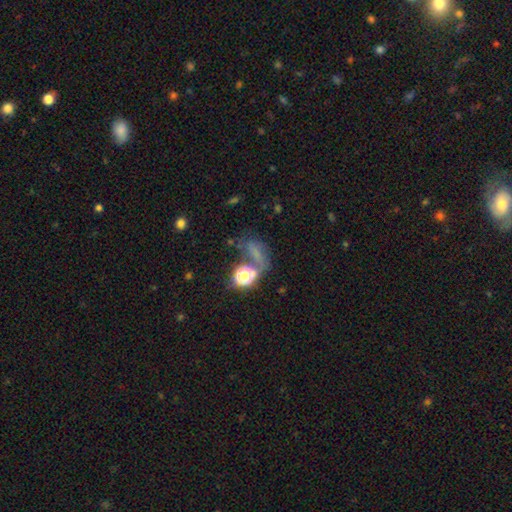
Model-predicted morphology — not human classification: Smooth or featured?
  - star or artifact: 45% *
  - smooth: 37%
  - featured or disk: 18%